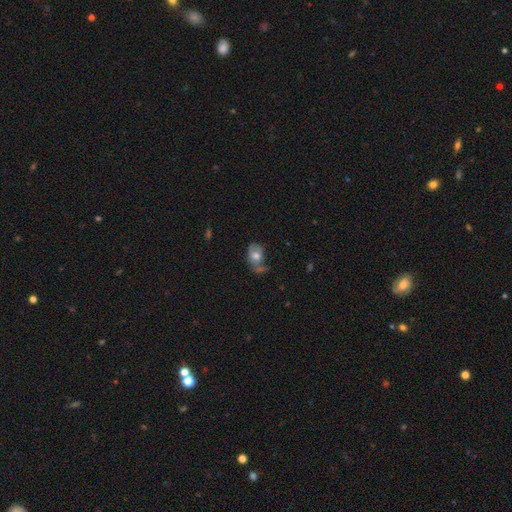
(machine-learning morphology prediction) This appears to be a smooth galaxy with no disk features (64%) that is in between round and cigar-shaped (77%). Merging: none (32%).